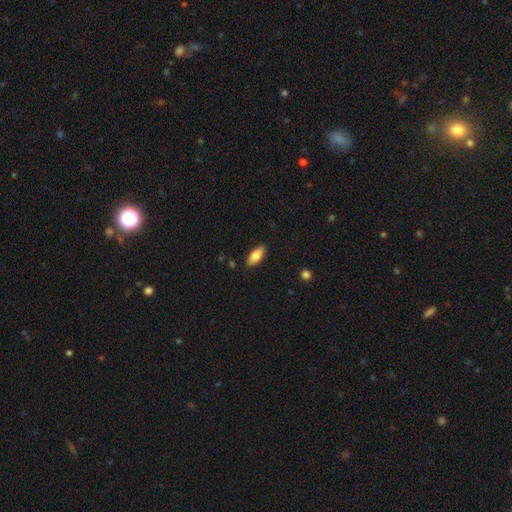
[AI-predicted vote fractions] Morphology: type=smooth (80%); roundness=in between (86%); merging=none (88%).